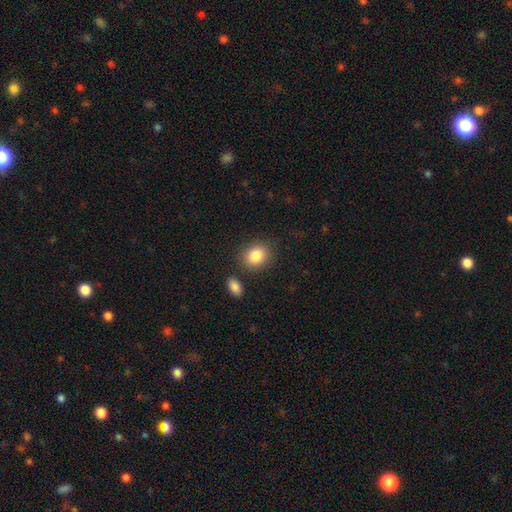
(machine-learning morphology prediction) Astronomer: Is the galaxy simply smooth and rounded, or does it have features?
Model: smooth — 86%.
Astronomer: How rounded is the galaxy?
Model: round — 55% (runner-up: in between, 44%).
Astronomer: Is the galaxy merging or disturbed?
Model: none — 81%.